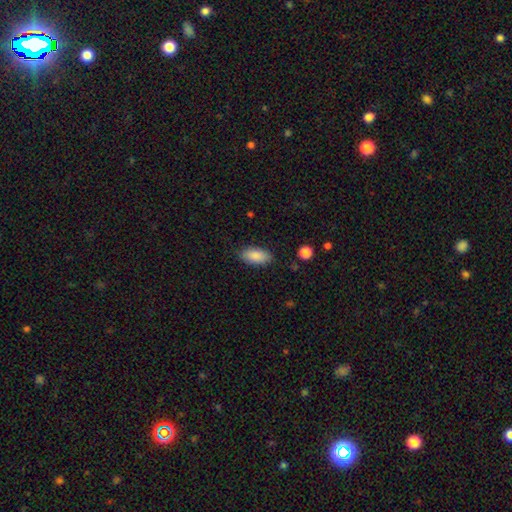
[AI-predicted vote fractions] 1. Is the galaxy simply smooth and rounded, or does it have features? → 87% smooth, 6% star or artifact, 6% featured or disk.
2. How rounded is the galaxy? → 90% in between, 7% cigar-shaped, 2% round.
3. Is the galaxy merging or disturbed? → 84% none, 12% minor disturbance, 3% major disturbance, 1% merger.